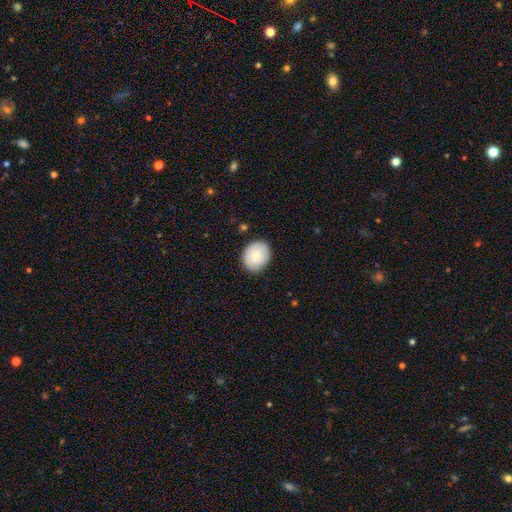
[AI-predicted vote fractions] Smooth or featured: smooth — 72% (featured or disk — 22%)
How rounded: round — 62% (in between — 38%)
Merging: none — 78% (minor disturbance — 18%)